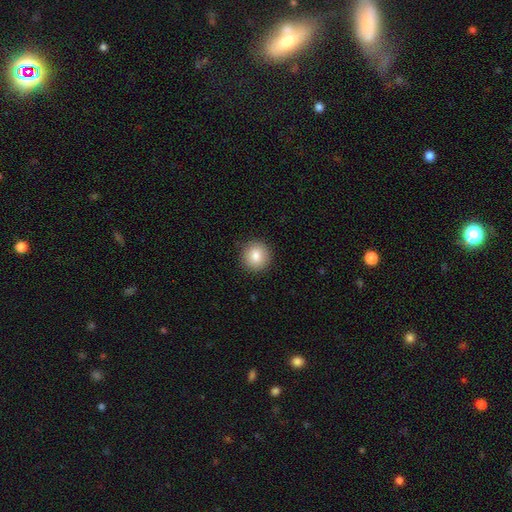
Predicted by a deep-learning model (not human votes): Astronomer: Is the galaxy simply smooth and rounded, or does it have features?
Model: smooth — 83%.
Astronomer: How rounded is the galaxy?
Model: round — 93%.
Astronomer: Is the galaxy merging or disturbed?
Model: none — 91%.